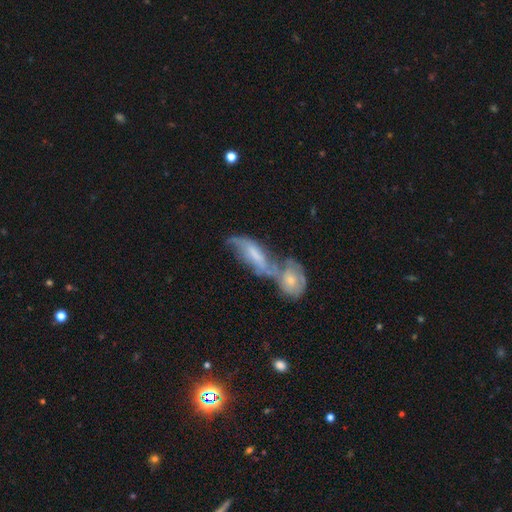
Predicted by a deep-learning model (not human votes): Morphology: type=featured or disk (65%); edge-on=no (85%); bar=weak (42%); spiral arms=yes (83%); bulge=small (37%, tied with moderate); merging=merger (62%).